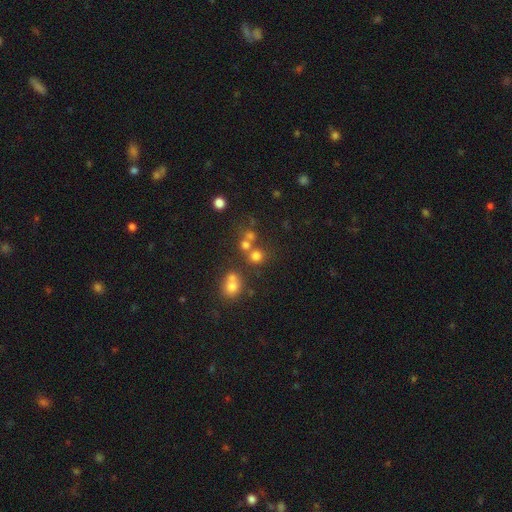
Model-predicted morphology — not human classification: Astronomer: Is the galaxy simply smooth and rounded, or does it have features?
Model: smooth — 69%.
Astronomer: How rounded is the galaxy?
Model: round — 86%.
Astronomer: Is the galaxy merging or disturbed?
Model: none — 59%.